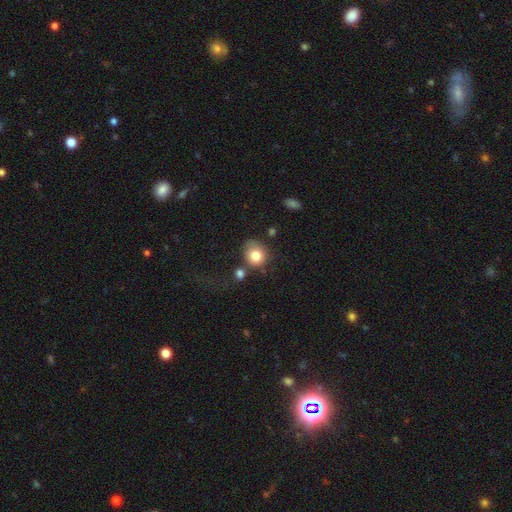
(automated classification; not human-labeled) Q: Smooth or featured?
A: smooth (80%); runner-up: featured or disk (11%)
Q: How rounded?
A: round (76%); runner-up: in between (23%)
Q: Merging?
A: none (54%); runner-up: minor disturbance (21%)